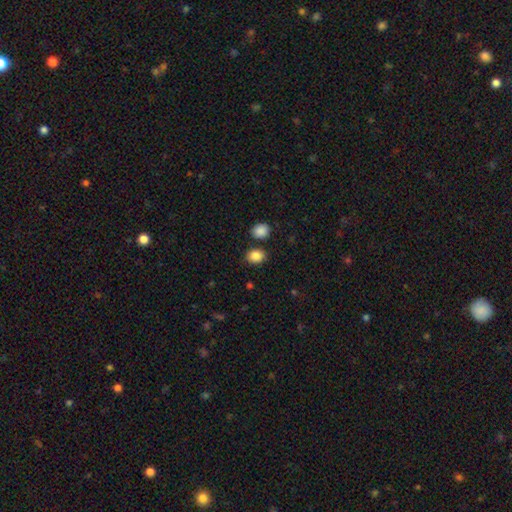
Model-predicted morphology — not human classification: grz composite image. It shows a smooth galaxy with no disk features (87%) that is in between round and cigar-shaped (57%). Merging: none (80%).